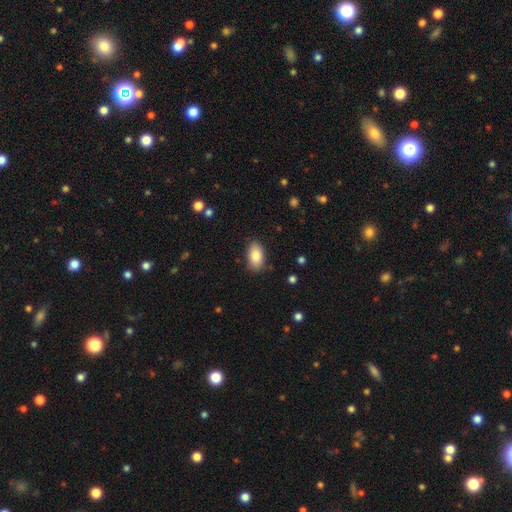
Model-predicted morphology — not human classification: The model was most divided on "merging": none: 85%, minor disturbance: 11%, major disturbance: 3%, merger: 1%. More confident: how rounded — in between (93%); smooth or featured — smooth (84%).